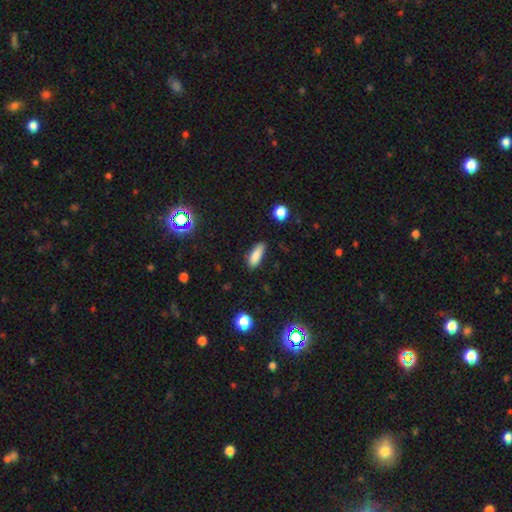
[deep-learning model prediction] Morphology: type=smooth (84%); roundness=in between (63%); merging=none (77%).